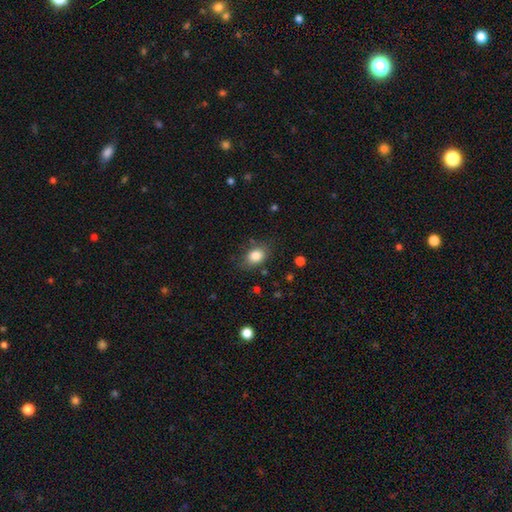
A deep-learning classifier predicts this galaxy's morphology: type=smooth (83%); roundness=in between (69%); merging=none (75%).